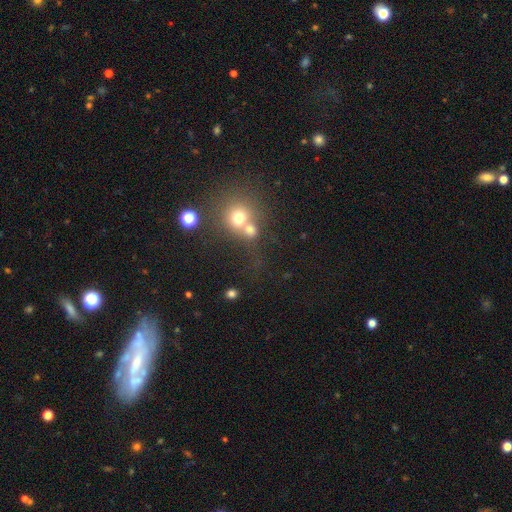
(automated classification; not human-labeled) A smooth galaxy with no disk features (44%).

Vote fractions:
- Smooth or featured? smooth: 44% / star or artifact: 40% / featured or disk: 16%
- Merging? none: 62% / merger: 18% / minor disturbance: 12% / major disturbance: 7%